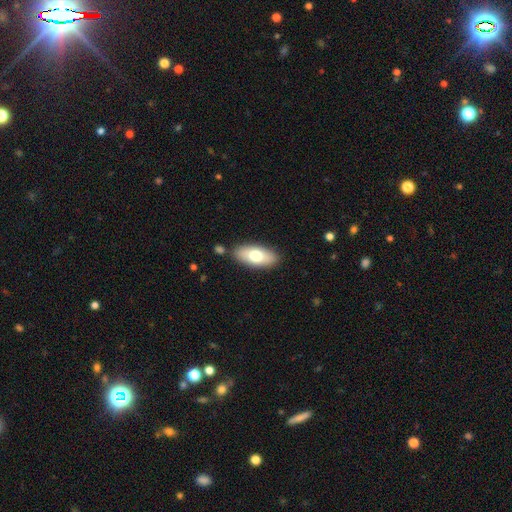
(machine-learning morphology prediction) A smooth galaxy with no disk features (70%) that is in between round and cigar-shaped (88%). Merging: none (83%).